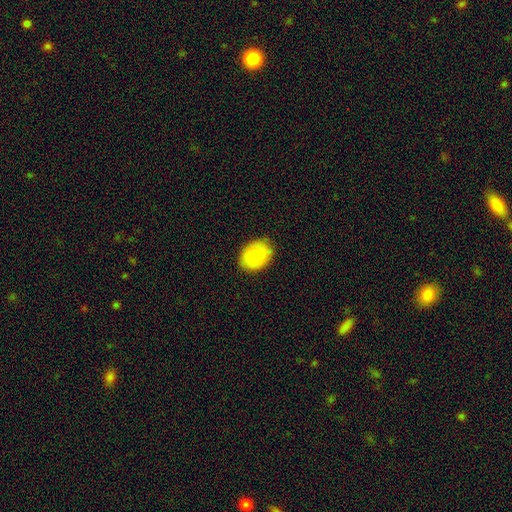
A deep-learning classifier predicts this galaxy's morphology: A smooth galaxy with no disk features (81%) that is in between round and cigar-shaped (77%). Merging: none (83%).